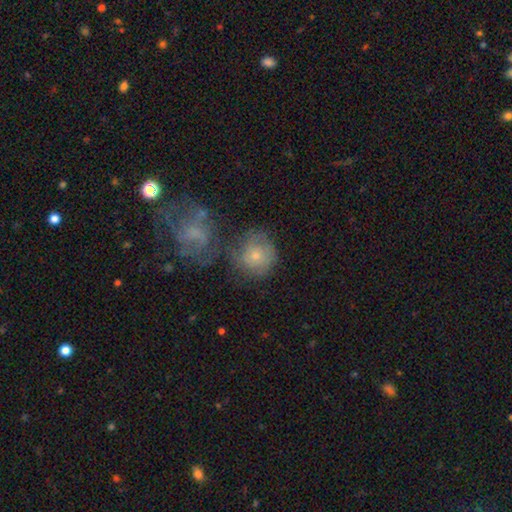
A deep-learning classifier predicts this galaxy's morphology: This is possibly a smooth galaxy (54%). How rounded: clearly round (85%). Merging: possibly none (49%).